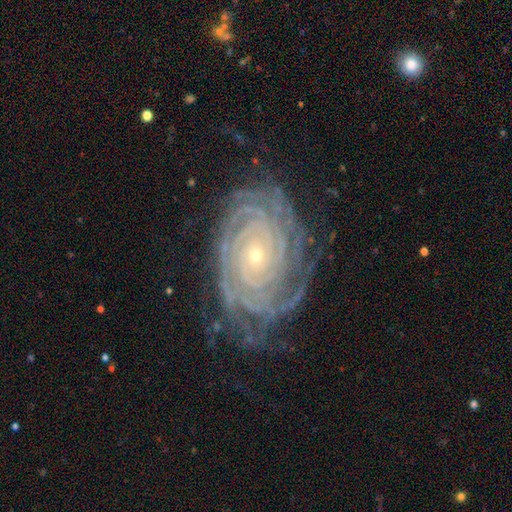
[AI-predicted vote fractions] Smooth or featured? featured or disk (91%)
Edge-on disk? no (97%)
Bar? no (76%)
Spiral arms? yes (98%)
Spiral winding? tight (88%)
Spiral arm count? more than 4 (26%)
Bulge size? small (80%)
Merging? none (76%)